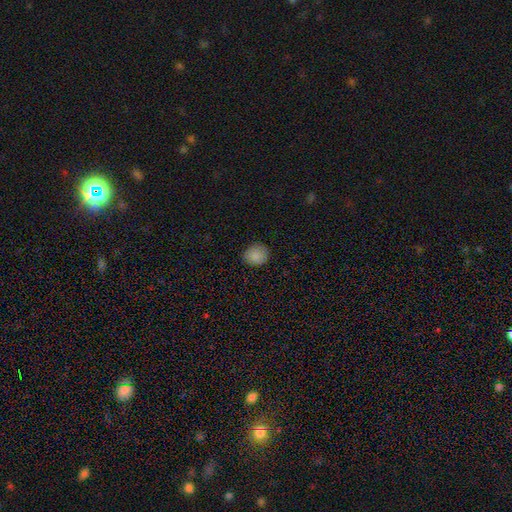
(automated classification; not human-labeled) Smooth or featured? Predicted: smooth (p=0.86). How rounded? Predicted: round (p=0.74). Merging? Predicted: none (p=0.86).